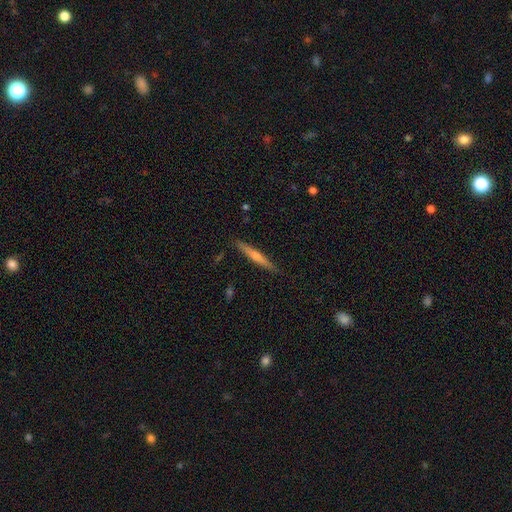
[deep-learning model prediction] The model was most divided on "smooth or featured": featured or disk: 59%, smooth: 35%, star or artifact: 6%. More confident: edge-on disk — yes (97%); merging — none (90%); edge-on bulge — rounded (67%).